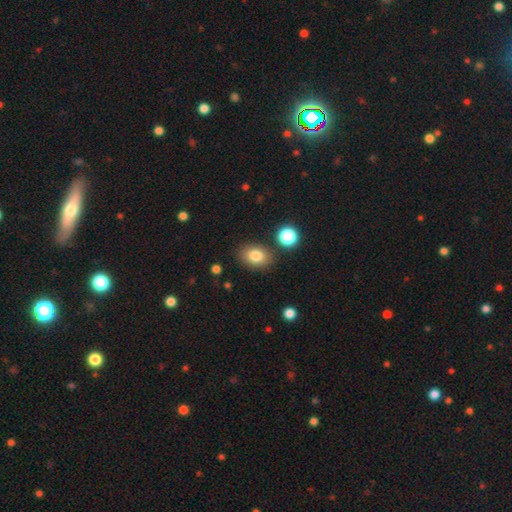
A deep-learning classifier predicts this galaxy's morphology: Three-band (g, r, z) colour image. It shows a smooth galaxy with no disk features (82%) that is in between round and cigar-shaped (72%). Merging: none (84%).